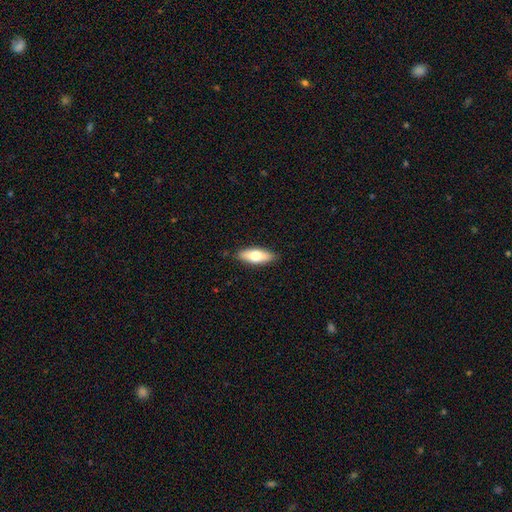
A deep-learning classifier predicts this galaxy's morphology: The model was most divided on "how rounded": in between: 68%, cigar-shaped: 30%, round: 2%. More confident: merging — none (88%); smooth or featured — smooth (68%).